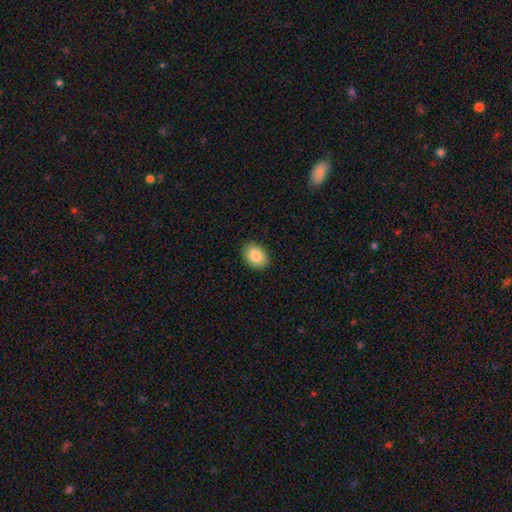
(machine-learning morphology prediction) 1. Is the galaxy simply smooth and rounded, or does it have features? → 86% smooth, 7% star or artifact, 6% featured or disk.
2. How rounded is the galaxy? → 72% in between, 27% round, 1% cigar-shaped.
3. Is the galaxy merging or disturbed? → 89% none, 8% minor disturbance, 2% major disturbance, 1% merger.